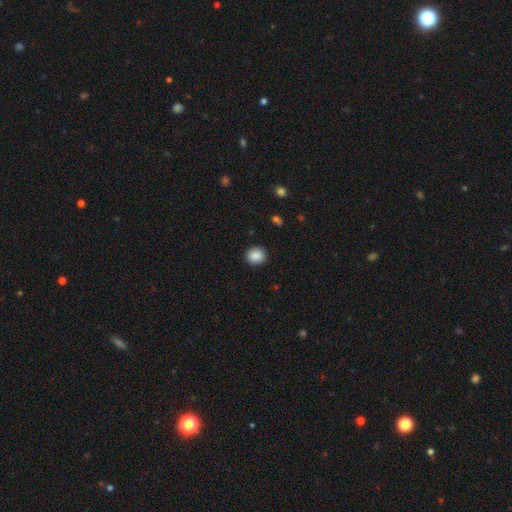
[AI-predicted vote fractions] Smooth or featured?
  - smooth: 88% *
  - star or artifact: 9%
  - featured or disk: 3%
How rounded?
  - round: 80% *
  - in between: 19%
  - cigar-shaped: 1%
Merging?
  - none: 90% *
  - minor disturbance: 7%
  - major disturbance: 2%
  - merger: 1%